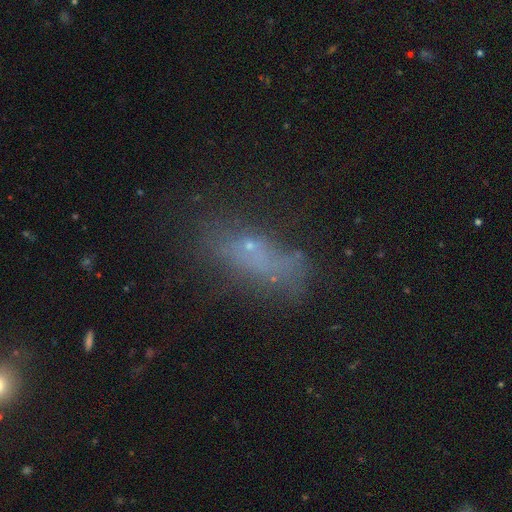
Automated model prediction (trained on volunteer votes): Smooth or featured?
  - smooth: 48% *
  - featured or disk: 29%
  - star or artifact: 23%
Merging?
  - none: 48% *
  - minor disturbance: 23%
  - major disturbance: 21%
  - merger: 8%